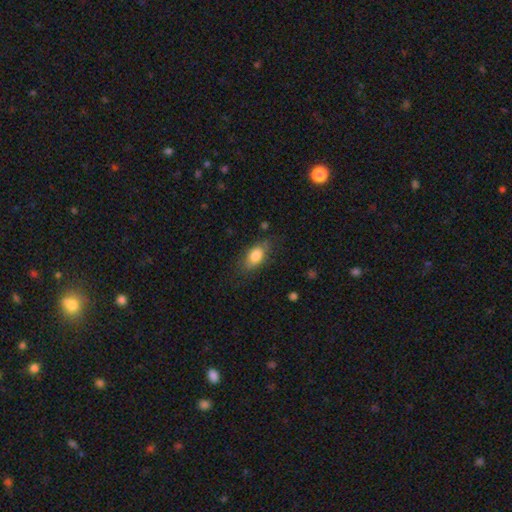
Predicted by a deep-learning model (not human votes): Smooth or featured? Predicted: smooth (p=0.80). How rounded? Predicted: in between (p=0.86). Merging? Predicted: none (p=0.74).